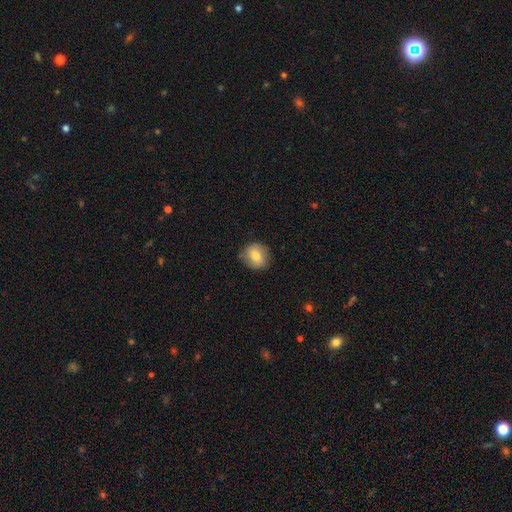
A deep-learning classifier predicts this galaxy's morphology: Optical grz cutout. It shows a smooth galaxy with no disk features (69%) that is round (80%). Merging: none (83%).